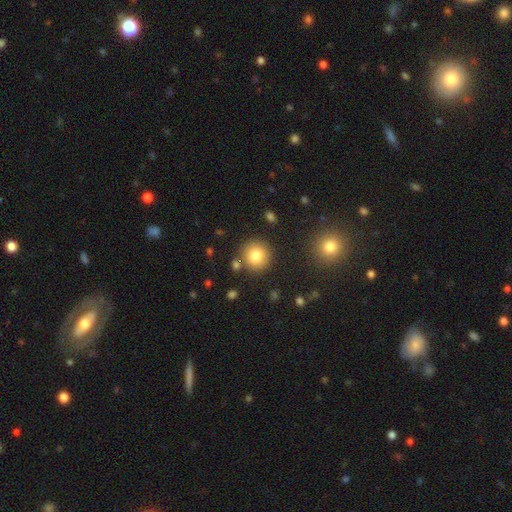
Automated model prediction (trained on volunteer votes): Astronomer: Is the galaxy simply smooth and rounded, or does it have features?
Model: smooth — 82%.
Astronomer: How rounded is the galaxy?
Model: round — 93%.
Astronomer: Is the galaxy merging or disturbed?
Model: none — 84%.